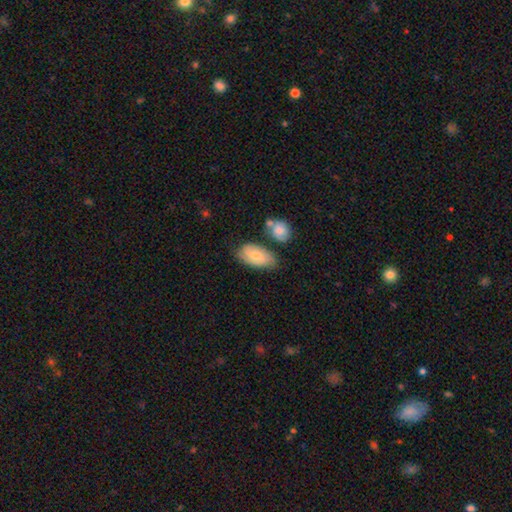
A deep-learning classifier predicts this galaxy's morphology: Q: Smooth or featured?
A: smooth (60%); runner-up: featured or disk (33%)
Q: How rounded?
A: in between (93%); runner-up: round (5%)
Q: Merging?
A: none (58%); runner-up: minor disturbance (23%)